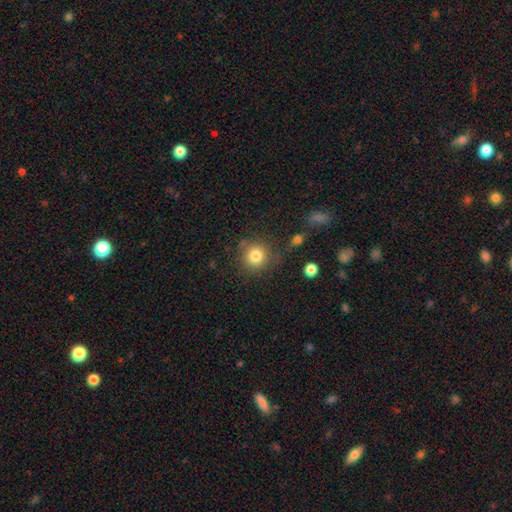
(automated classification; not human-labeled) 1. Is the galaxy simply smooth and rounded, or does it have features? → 82% smooth, 11% star or artifact, 7% featured or disk.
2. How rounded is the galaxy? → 91% round, 8% in between, 1% cigar-shaped.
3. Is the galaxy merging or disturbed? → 79% none, 12% minor disturbance, 5% merger, 5% major disturbance.